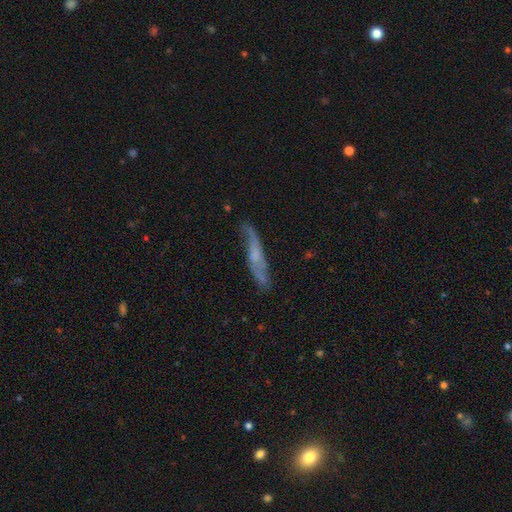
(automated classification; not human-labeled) A featured or disk galaxy (67%) viewed edge-on (51%). Merging: none (70%).